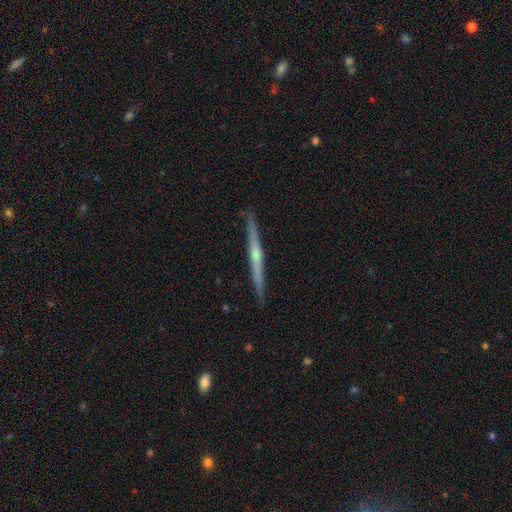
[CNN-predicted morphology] smooth-or-featured: featured or disk: 70% | smooth: 24% | star or artifact: 5%
  disk-edge-on: yes: 98% | no: 2%
    edge-on-bulge: rounded: 49% | none: 44% | boxy: 7%
  merging: none: 92% | minor disturbance: 6% | major disturbance: 1% | merger: 1%